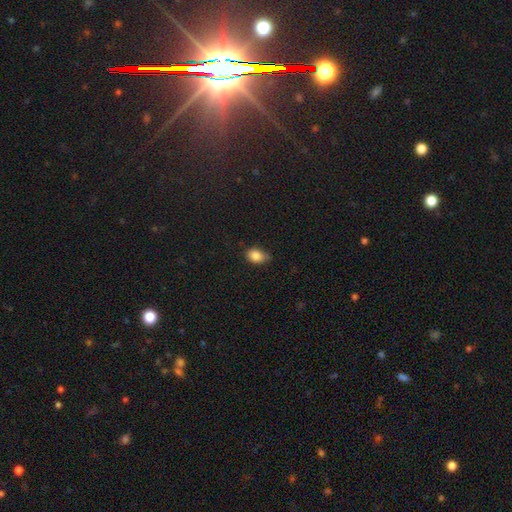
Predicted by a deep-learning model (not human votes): smooth-or-featured: smooth: 85% | star or artifact: 9% | featured or disk: 6%
  how-rounded: in between: 76% | round: 23% | cigar-shaped: 2%
  merging: none: 56% | minor disturbance: 36% | major disturbance: 6% | merger: 2%